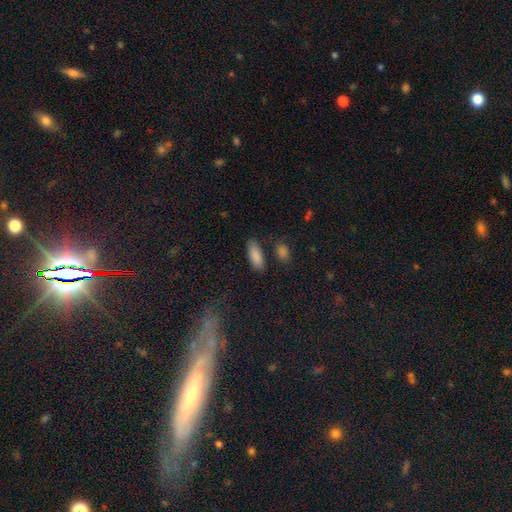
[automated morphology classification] type=smooth (88%); roundness=in between (76%); merging=none (80%).